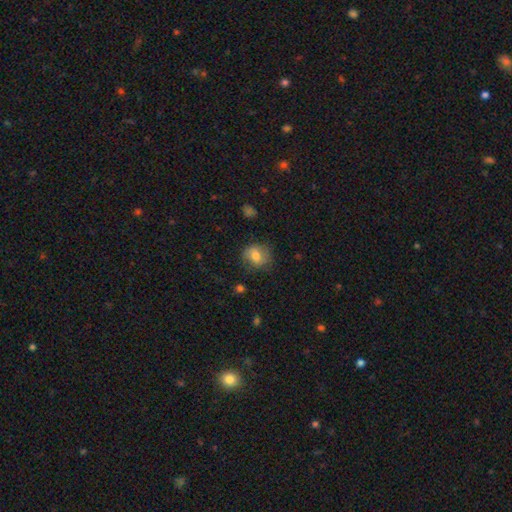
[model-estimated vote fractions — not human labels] Smooth or featured?
  - smooth: 71% *
  - featured or disk: 20%
  - star or artifact: 9%
How rounded?
  - round: 71% *
  - in between: 28%
  - cigar-shaped: 1%
Merging?
  - none: 72% *
  - minor disturbance: 20%
  - major disturbance: 7%
  - merger: 1%